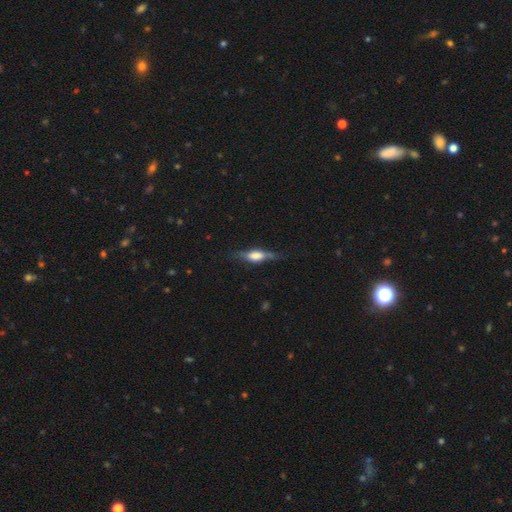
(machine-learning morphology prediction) A featured or disk galaxy (52%) viewed edge-on (89%).

Vote fractions:
- Smooth or featured? featured or disk: 52% / smooth: 41% / star or artifact: 8%
- Edge-on disk? yes: 89% / no: 11%
- Merging? none: 70% / minor disturbance: 20% / major disturbance: 8% / merger: 2%